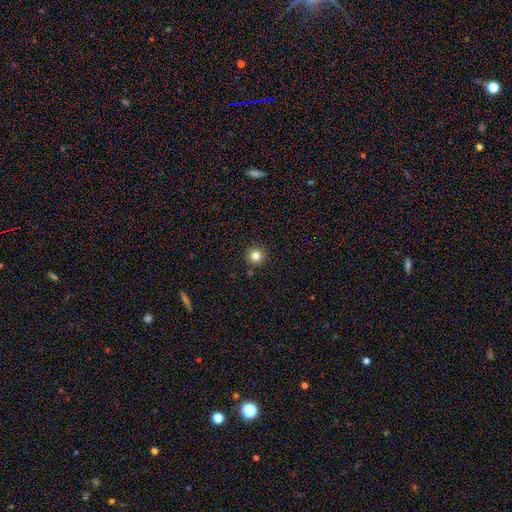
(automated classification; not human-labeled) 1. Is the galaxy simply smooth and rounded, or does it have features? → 81% smooth, 13% star or artifact, 7% featured or disk.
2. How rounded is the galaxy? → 95% round, 4% in between, 1% cigar-shaped.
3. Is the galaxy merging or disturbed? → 90% none, 6% minor disturbance, 3% merger, 2% major disturbance.